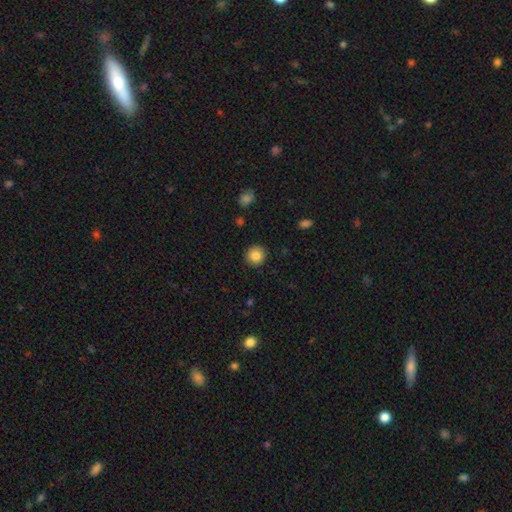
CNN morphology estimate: Smooth or featured: smooth — 85% (star or artifact — 9%)
How rounded: round — 93% (in between — 6%)
Merging: none — 91% (minor disturbance — 6%)